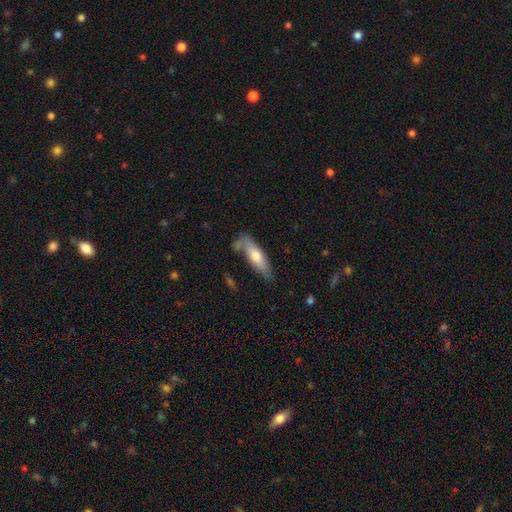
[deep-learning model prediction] Smooth or featured: smooth — 63% (featured or disk — 31%)
How rounded: cigar-shaped — 53% (in between — 45%)
Merging: none — 61% (minor disturbance — 24%)